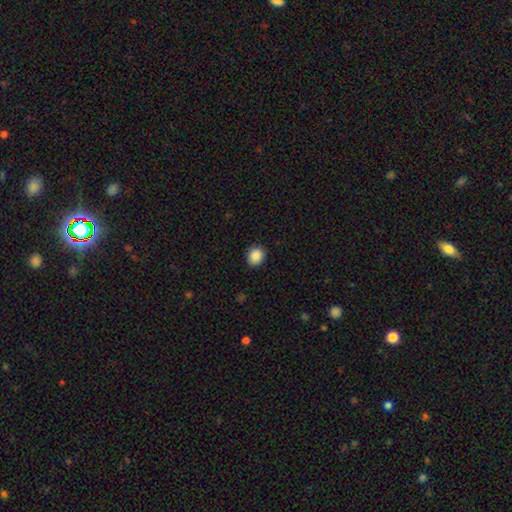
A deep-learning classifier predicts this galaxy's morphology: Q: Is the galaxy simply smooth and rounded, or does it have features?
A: smooth — 88%.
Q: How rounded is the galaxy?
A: round — 75%.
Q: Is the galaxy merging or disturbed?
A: none — 90%.